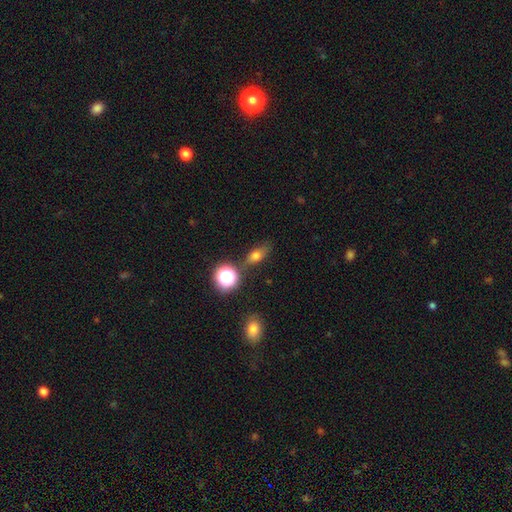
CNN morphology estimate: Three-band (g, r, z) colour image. It shows a smooth galaxy with no disk features (63%) that is in between round and cigar-shaped (64%). Merging: none (72%).